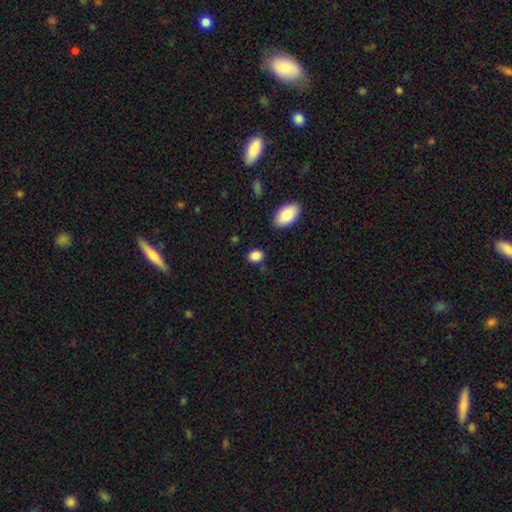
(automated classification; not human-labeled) The model was most divided on "how rounded": in between: 66%, round: 33%, cigar-shaped: 2%. More confident: smooth or featured — smooth (87%); merging — none (79%).